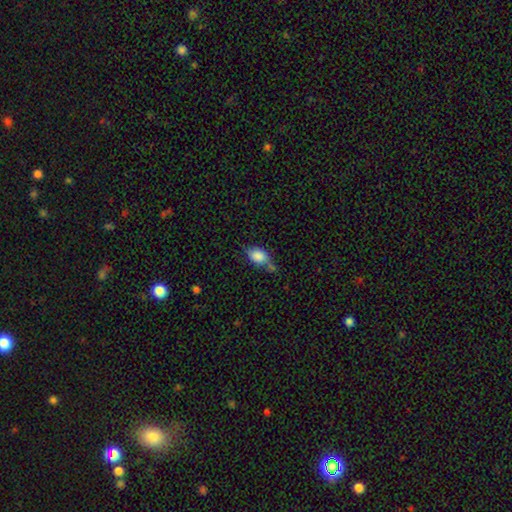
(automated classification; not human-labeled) Morphology: type=smooth (82%); roundness=in between (83%); merging=none (50%).